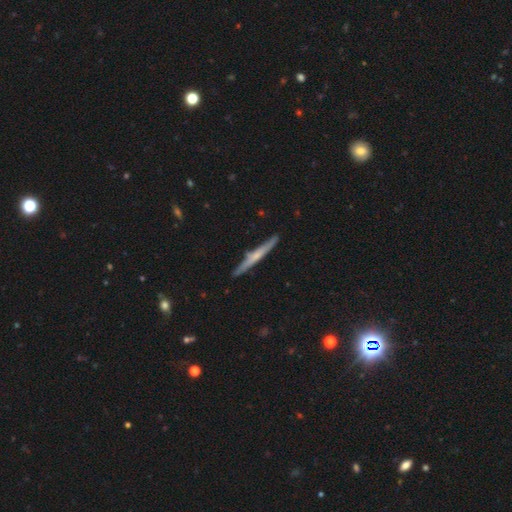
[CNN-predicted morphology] Q: Smooth or featured?
A: featured or disk (58%); runner-up: smooth (36%)
Q: Edge-on disk?
A: yes (97%); runner-up: no (3%)
Q: Edge-on bulge?
A: rounded (47%); runner-up: none (44%)
Q: Merging?
A: none (87%); runner-up: minor disturbance (9%)